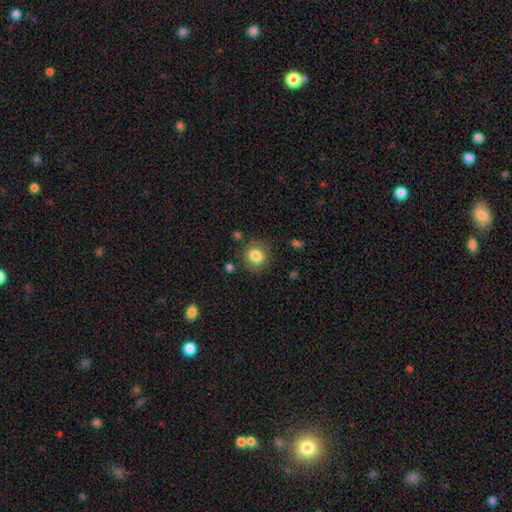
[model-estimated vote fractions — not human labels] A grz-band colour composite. It shows a smooth galaxy with no disk features (82%) that is round (85%). Merging: none (83%).